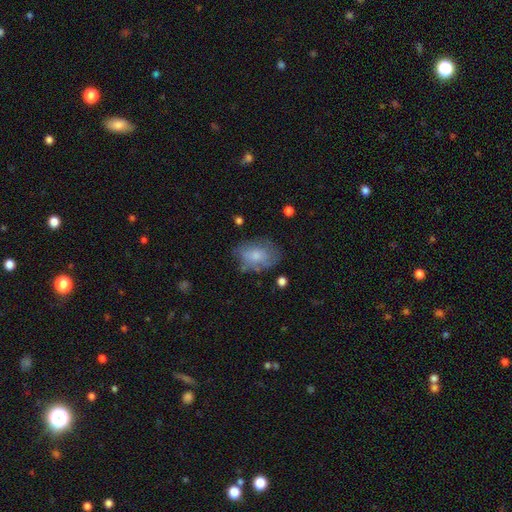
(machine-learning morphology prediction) smooth 68%, featured or disk 24%, star or artifact 8%. Down the decision tree: how rounded — in between (80%); merging — none (59%).